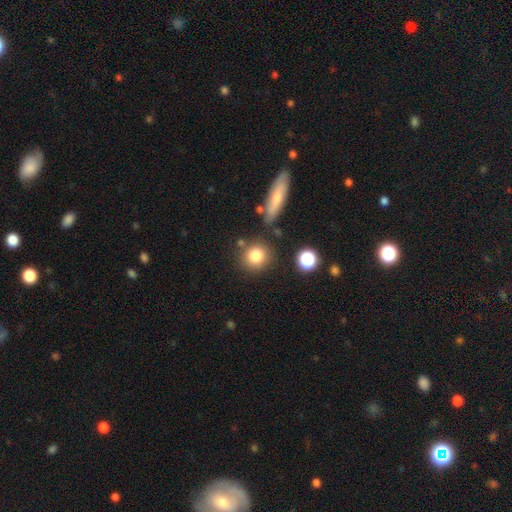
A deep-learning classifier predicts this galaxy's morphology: smooth_or_featured: smooth (p=0.81) [alt: star or artifact p=0.11]
how_rounded: round (p=0.86) [alt: in between p=0.12]
merging: none (p=0.78) [alt: minor disturbance p=0.10]